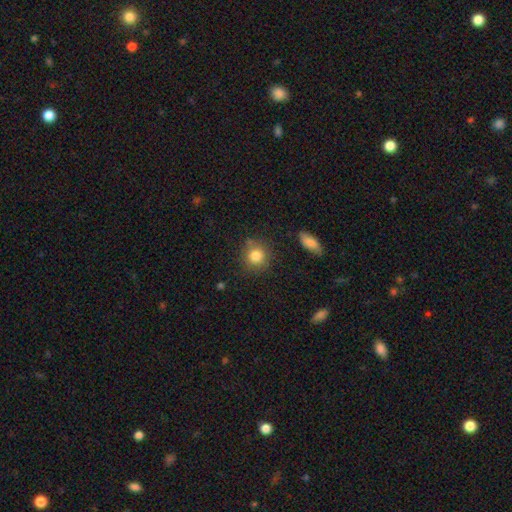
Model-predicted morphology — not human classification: type=smooth (83%); roundness=round (89%); merging=none (79%).